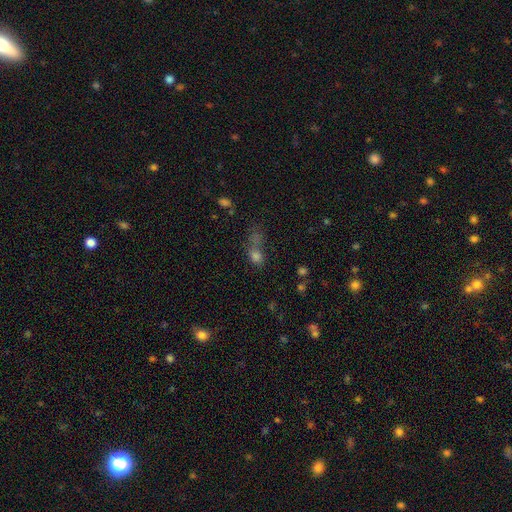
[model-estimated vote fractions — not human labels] smooth 70%, star or artifact 20%, featured or disk 11%. Down the decision tree: how rounded — in between (50%); merging — merger (44%).